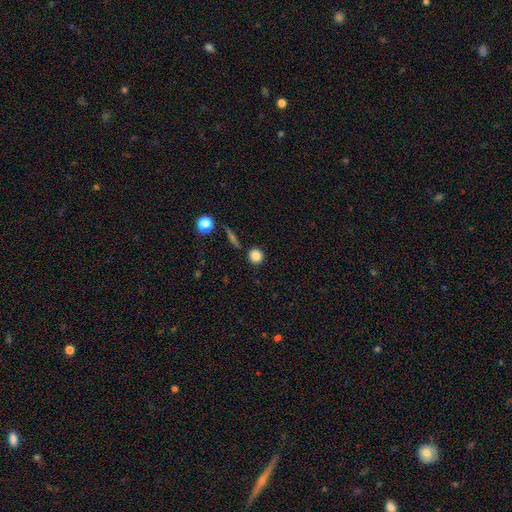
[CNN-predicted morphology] This appears to be a smooth galaxy with no disk features (84%) that is round (93%). Merging: none (87%).